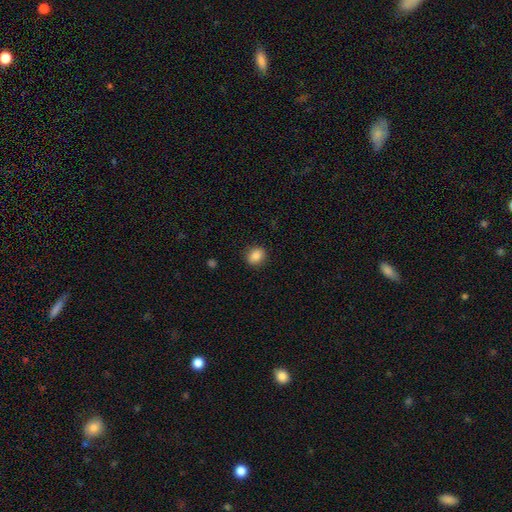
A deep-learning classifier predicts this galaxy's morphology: The model was most divided on "how rounded": round: 59%, in between: 40%, cigar-shaped: 1%. More confident: merging — none (90%); smooth or featured — smooth (86%).